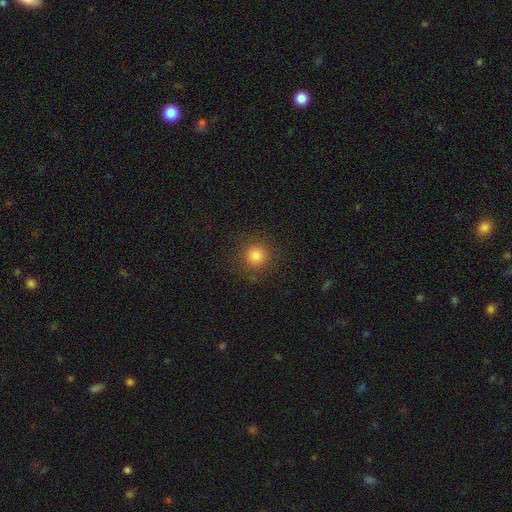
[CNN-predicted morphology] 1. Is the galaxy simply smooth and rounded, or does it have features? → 83% smooth, 12% star or artifact, 5% featured or disk.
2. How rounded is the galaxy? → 94% round, 5% in between, 1% cigar-shaped.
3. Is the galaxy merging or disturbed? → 88% none, 8% minor disturbance, 3% major disturbance, 1% merger.